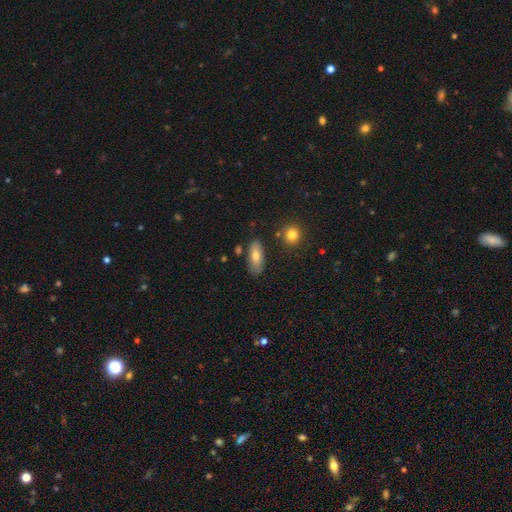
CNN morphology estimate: smooth_or_featured: smooth (p=0.73) [alt: featured or disk p=0.20]
how_rounded: in between (p=0.82) [alt: cigar-shaped p=0.14]
merging: none (p=0.79) [alt: minor disturbance p=0.14]